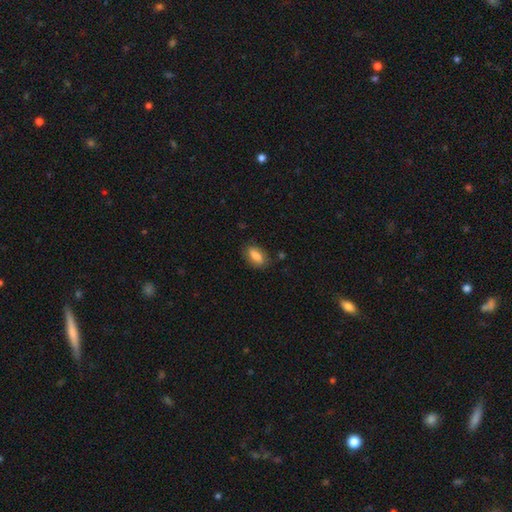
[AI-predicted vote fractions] Overall: smooth (79%). How rounded: in between (85%). Merging: none (77%).